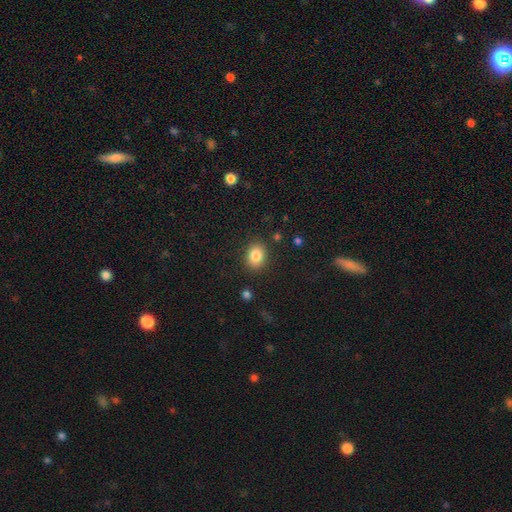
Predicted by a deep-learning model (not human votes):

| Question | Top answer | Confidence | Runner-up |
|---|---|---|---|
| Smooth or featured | smooth | 84% | star or artifact (10%) |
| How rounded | in between | 52% | round (47%) |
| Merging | none | 86% | minor disturbance (9%) |